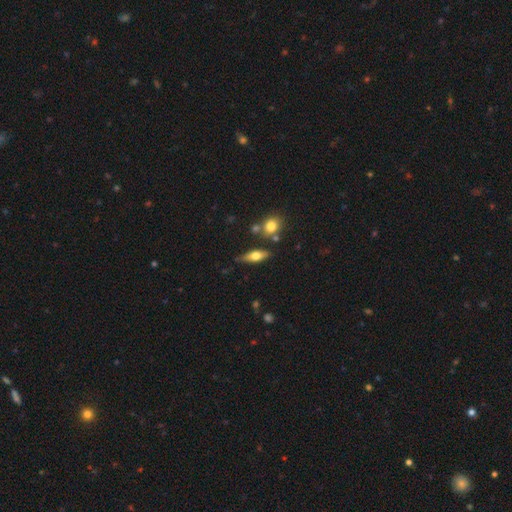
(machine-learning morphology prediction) This is possibly a smooth galaxy (58%). How rounded: likely in between (63%). Merging: likely none (71%).